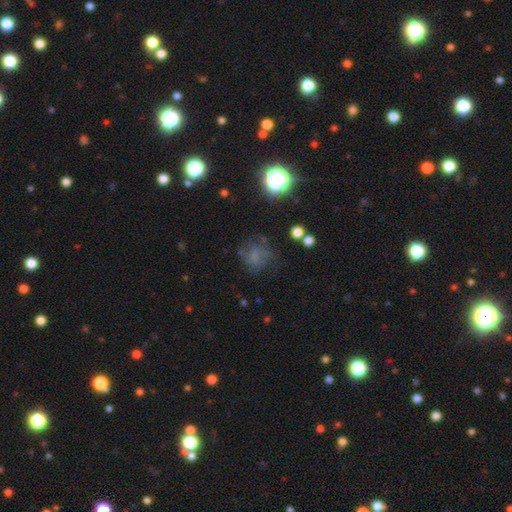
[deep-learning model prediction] Smooth or featured: smooth — 51% (star or artifact — 25%)
How rounded: round — 74% (in between — 25%)
Merging: none — 58% (minor disturbance — 21%)